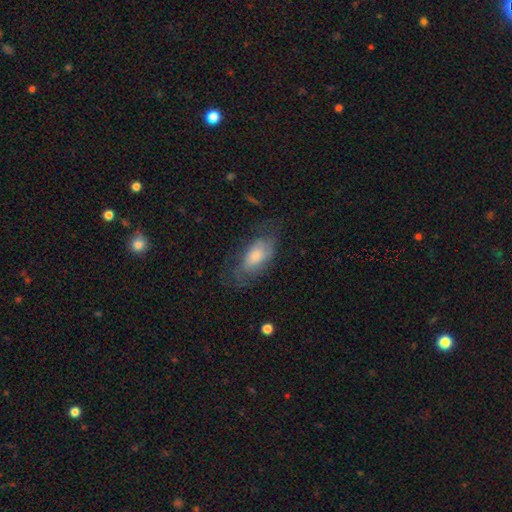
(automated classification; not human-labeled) Smooth or featured?
  - smooth: 51% *
  - featured or disk: 41%
  - star or artifact: 8%
How rounded?
  - in between: 85% *
  - cigar-shaped: 11%
  - round: 4%
Merging?
  - none: 59% *
  - minor disturbance: 24%
  - major disturbance: 15%
  - merger: 1%